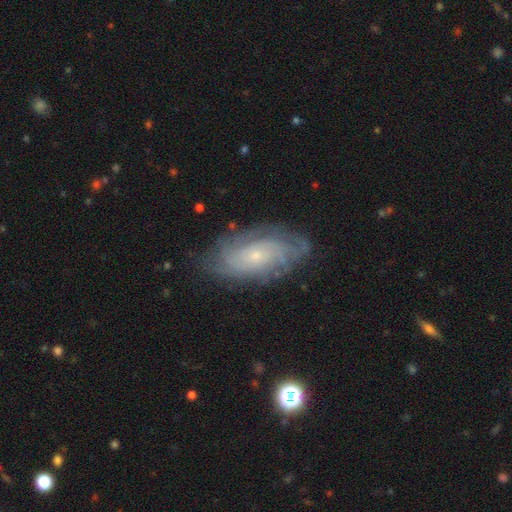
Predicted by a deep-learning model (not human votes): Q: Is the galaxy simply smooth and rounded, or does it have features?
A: featured or disk — 73%.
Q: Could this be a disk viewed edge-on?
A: no — 93%.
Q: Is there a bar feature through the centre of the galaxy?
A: no — 78%.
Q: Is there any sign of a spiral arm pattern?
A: yes — 90%.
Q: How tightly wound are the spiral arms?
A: tight — 67%.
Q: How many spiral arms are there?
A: can't tell — 53%.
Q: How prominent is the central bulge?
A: small — 78%.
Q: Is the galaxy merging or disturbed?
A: none — 75%.